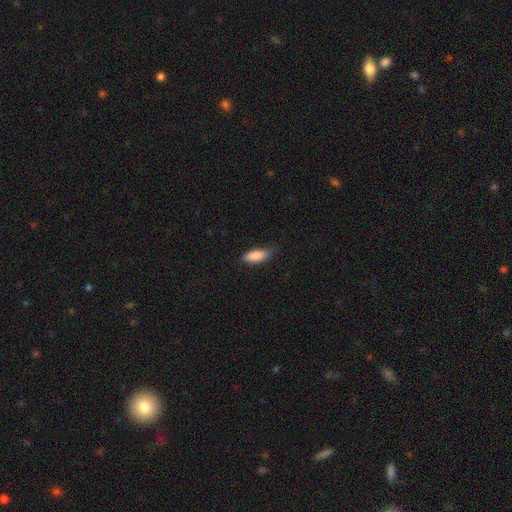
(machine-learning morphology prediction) Smooth or featured?
  - smooth: 88% *
  - star or artifact: 6%
  - featured or disk: 6%
How rounded?
  - in between: 75% *
  - cigar-shaped: 24%
  - round: 2%
Merging?
  - none: 75% *
  - minor disturbance: 21%
  - major disturbance: 3%
  - merger: 1%